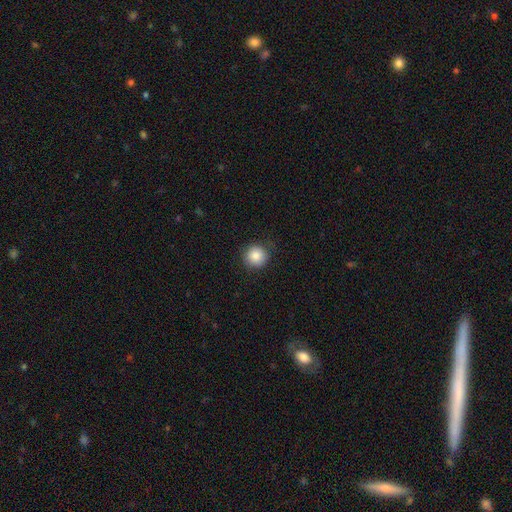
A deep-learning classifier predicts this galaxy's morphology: This is clearly a smooth galaxy (86%). How rounded: clearly round (94%). Merging: clearly none (86%).